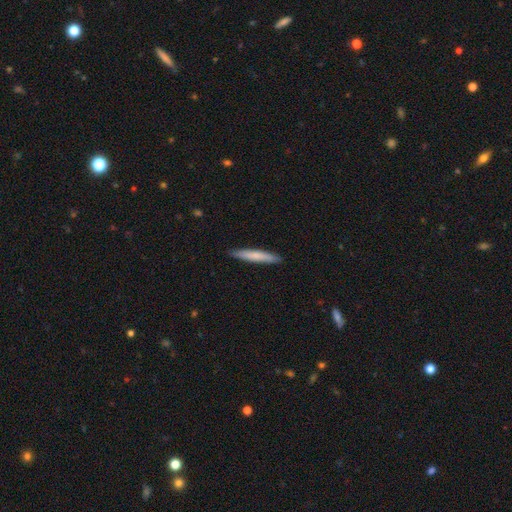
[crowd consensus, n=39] Smooth or featured? smooth (77%)
How rounded? cigar-shaped (97%)
Merging? none (89%)